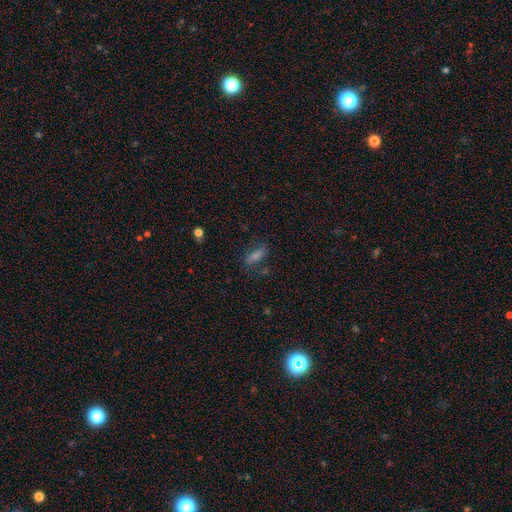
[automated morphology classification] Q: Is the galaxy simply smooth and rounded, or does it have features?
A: smooth — 55%.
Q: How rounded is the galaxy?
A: in between — 48%.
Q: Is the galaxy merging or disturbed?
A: none — 70%.